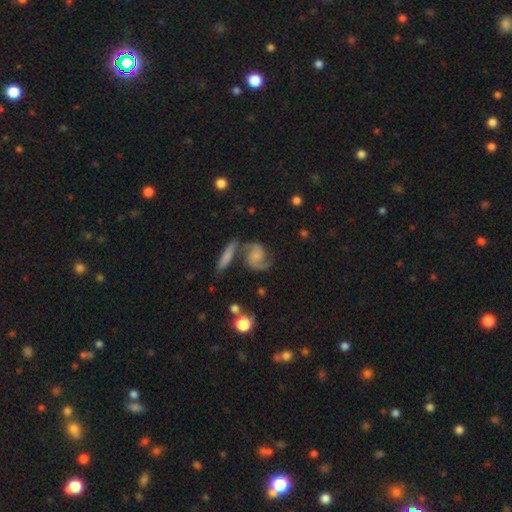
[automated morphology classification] This is clearly a featured or disk galaxy (80%). It is clearly not viewed edge-on (97%). Bar: likely no (64%). Spiral arm pattern: clearly yes (96%). Spiral arm count: clearly 2 (91%). Spiral winding: possibly medium (51%). Central bulge: marginally none (36%). Merging: possibly none (59%).